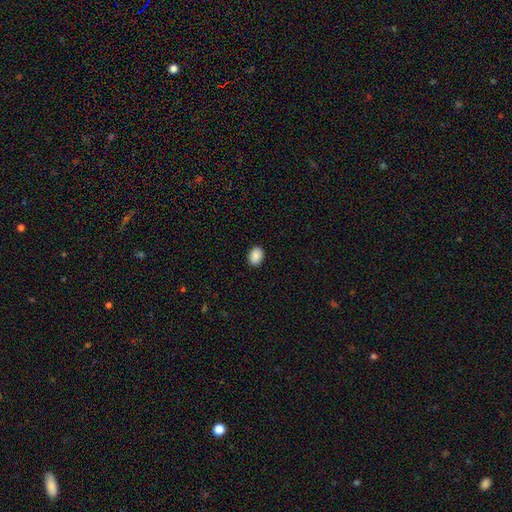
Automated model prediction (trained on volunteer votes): Smooth or featured? smooth (89%)
How rounded? in between (70%)
Merging? none (91%)